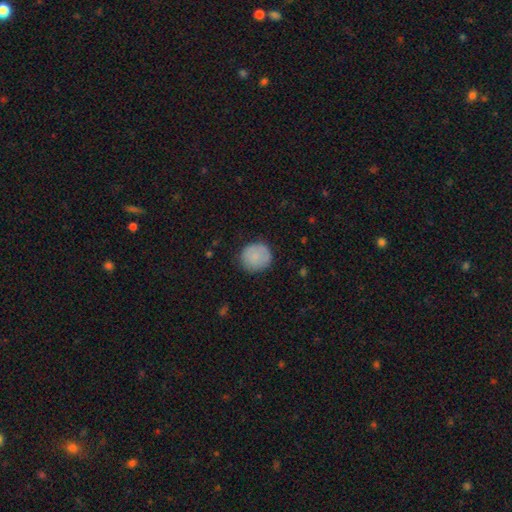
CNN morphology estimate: A smooth galaxy with no disk features (85%) that is round (92%).

Vote fractions:
- Smooth or featured? smooth: 85% / featured or disk: 8% / star or artifact: 7%
- How rounded? round: 92% / in between: 7% / cigar-shaped: 1%
- Merging? none: 83% / minor disturbance: 13% / major disturbance: 3% / merger: 1%